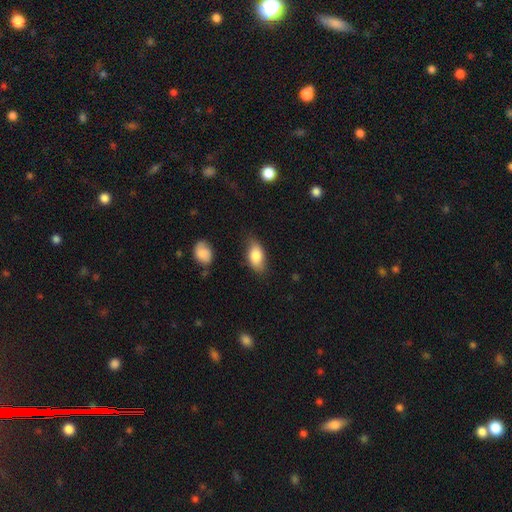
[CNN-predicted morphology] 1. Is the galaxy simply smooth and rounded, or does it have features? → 81% smooth, 12% featured or disk, 7% star or artifact.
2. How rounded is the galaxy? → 90% in between, 5% round, 5% cigar-shaped.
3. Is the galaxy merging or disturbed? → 75% none, 19% minor disturbance, 4% major disturbance, 2% merger.